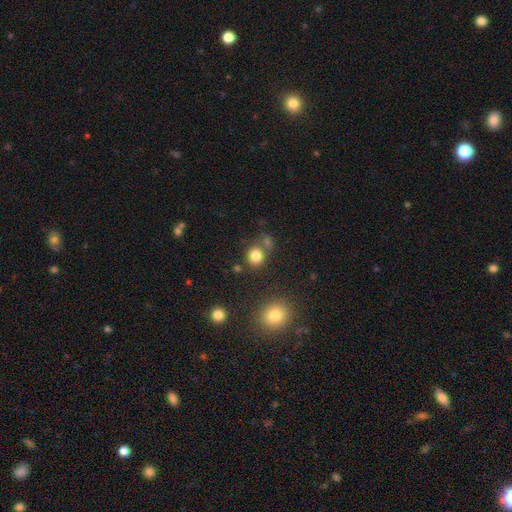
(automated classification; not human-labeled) A smooth galaxy with no disk features (81%) that is round (83%).

Vote fractions:
- Smooth or featured? smooth: 81% / star or artifact: 12% / featured or disk: 6%
- How rounded? round: 83% / in between: 16% / cigar-shaped: 1%
- Merging? none: 69% / merger: 17% / minor disturbance: 10% / major disturbance: 4%